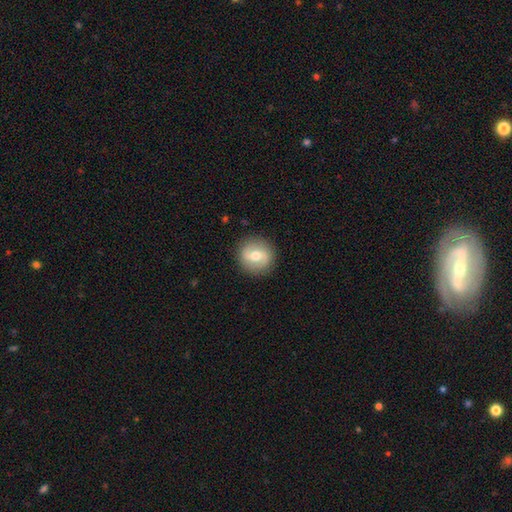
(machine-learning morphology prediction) The model was most divided on "smooth or featured": featured or disk: 51%, smooth: 43%, star or artifact: 7%. More confident: edge-on disk — no (97%); merging — none (88%).